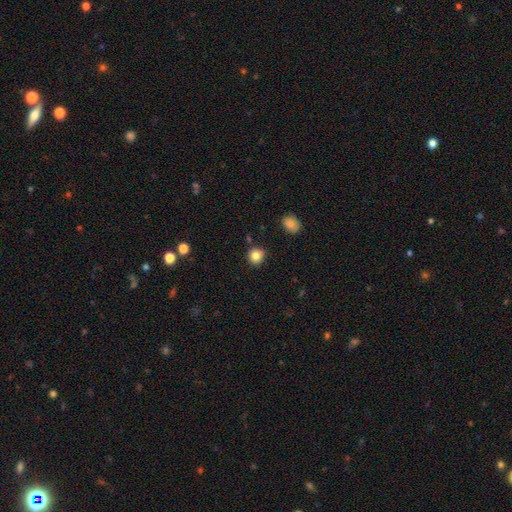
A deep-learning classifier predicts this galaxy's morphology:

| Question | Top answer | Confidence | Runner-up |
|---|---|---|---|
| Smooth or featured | smooth | 83% | star or artifact (11%) |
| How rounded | round | 91% | in between (8%) |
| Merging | none | 86% | minor disturbance (10%) |